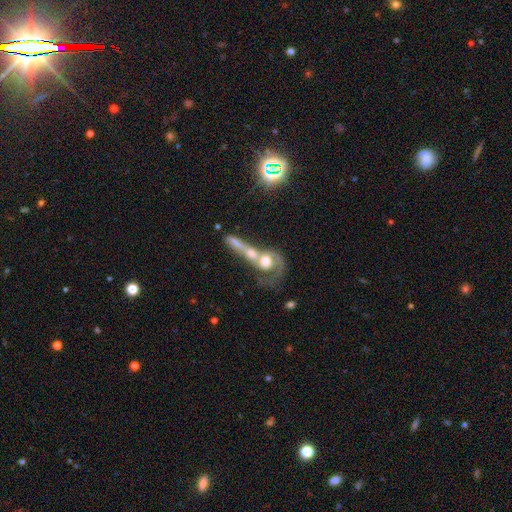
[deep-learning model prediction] Smooth or featured? featured or disk (64%)
Edge-on disk? no (80%)
Bar? no (72%)
Spiral arms? yes (62%)
Bulge size? moderate (62%)
Merging? merger (67%)